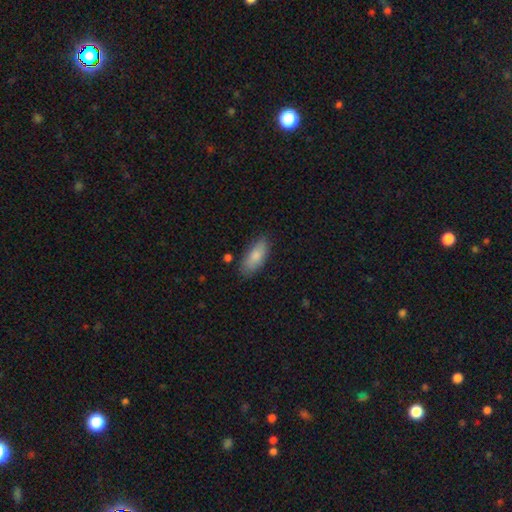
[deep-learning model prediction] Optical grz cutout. It shows a smooth galaxy with no disk features (83%) that is in between round and cigar-shaped (82%). Merging: none (79%).